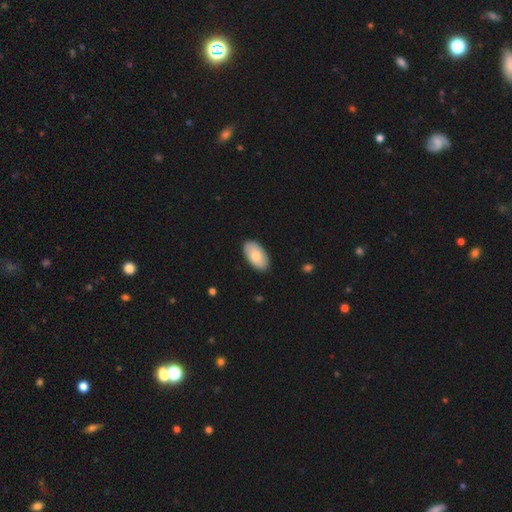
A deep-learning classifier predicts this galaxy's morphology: Smooth or featured? smooth (78%)
How rounded? in between (96%)
Merging? none (88%)